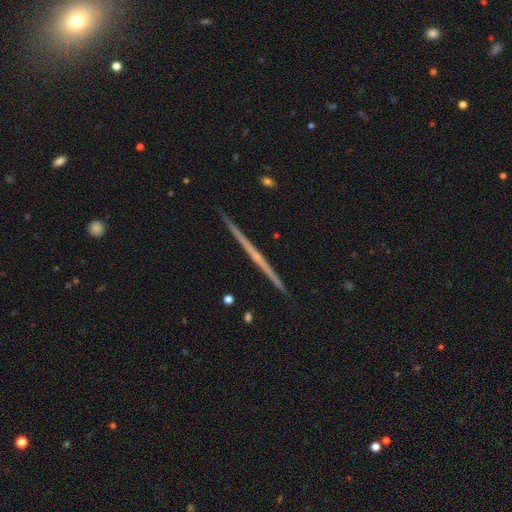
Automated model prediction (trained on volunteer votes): Smooth or featured: featured or disk — 74% (smooth — 20%)
Edge-on disk: yes — 98% (no — 2%)
Edge-on bulge: none — 76% (rounded — 19%)
Merging: none — 93% (minor disturbance — 5%)